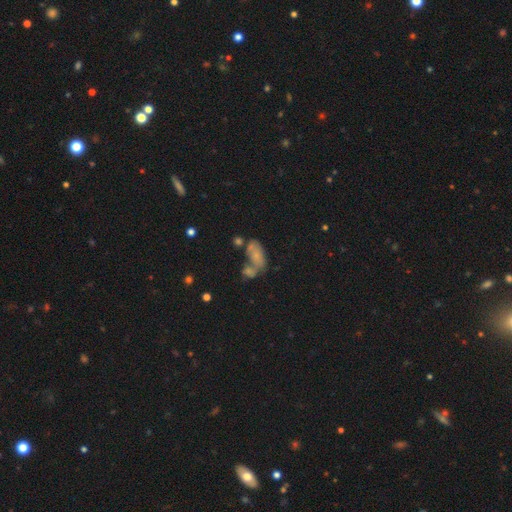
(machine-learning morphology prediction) smooth_or_featured: smooth (p=0.58) [alt: featured or disk p=0.26]
how_rounded: in between (p=0.86) [alt: round p=0.09]
merging: merger (p=0.45) [alt: none p=0.31]